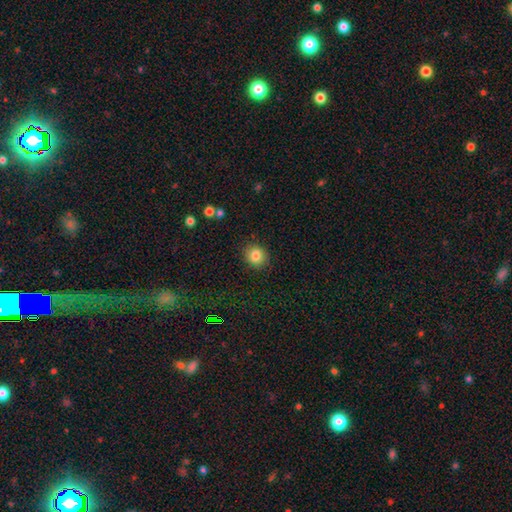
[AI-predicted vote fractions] smooth-or-featured: smooth: 84% | star or artifact: 10% | featured or disk: 6%
  how-rounded: round: 81% | in between: 18% | cigar-shaped: 1%
  merging: none: 89% | minor disturbance: 8% | major disturbance: 2% | merger: 1%